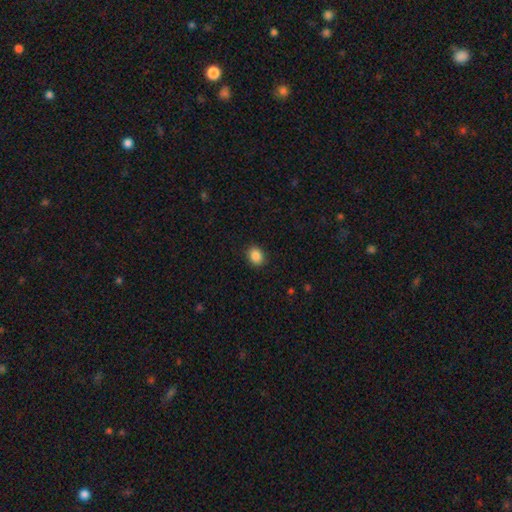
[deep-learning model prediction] This is clearly a smooth galaxy (88%). How rounded: possibly round (53%). Merging: clearly none (89%).